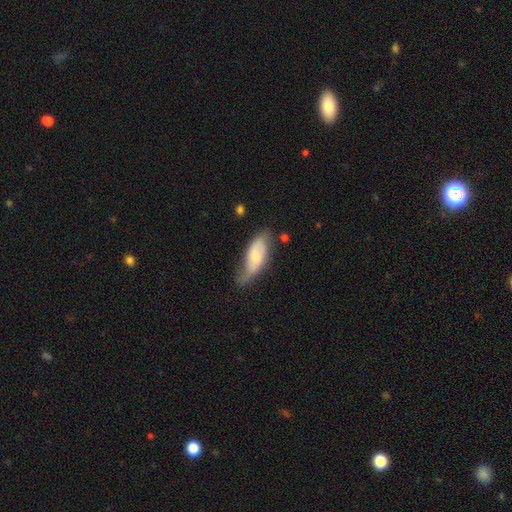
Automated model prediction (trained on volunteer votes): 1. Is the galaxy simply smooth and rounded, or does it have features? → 60% smooth, 34% featured or disk, 6% star or artifact.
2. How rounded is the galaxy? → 75% in between, 22% cigar-shaped, 2% round.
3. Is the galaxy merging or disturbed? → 48% none, 37% minor disturbance, 12% major disturbance, 3% merger.